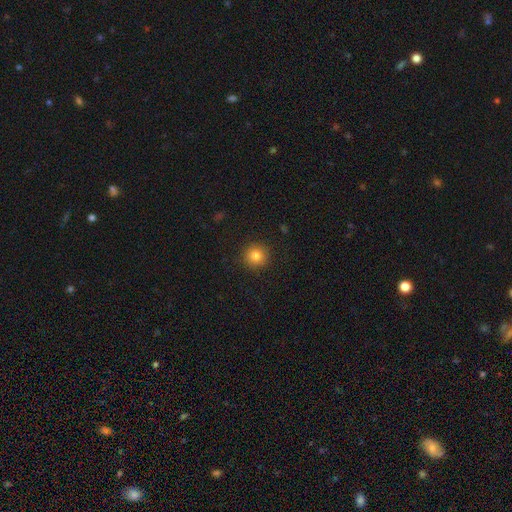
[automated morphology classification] smooth 82%, star or artifact 12%, featured or disk 6%. Down the decision tree: how rounded — round (93%); merging — none (90%).